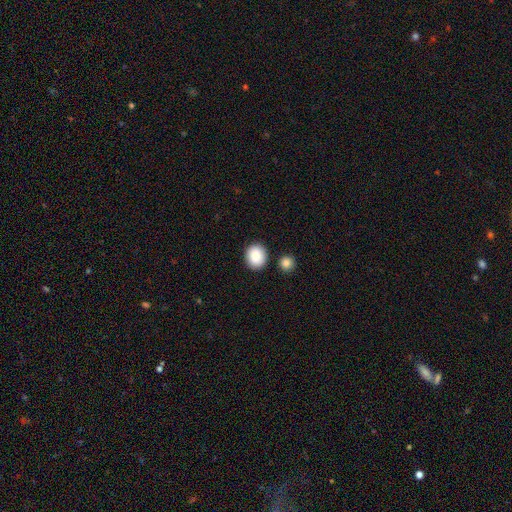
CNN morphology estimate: Smooth or featured? smooth (86%)
How rounded? round (70%)
Merging? none (84%)